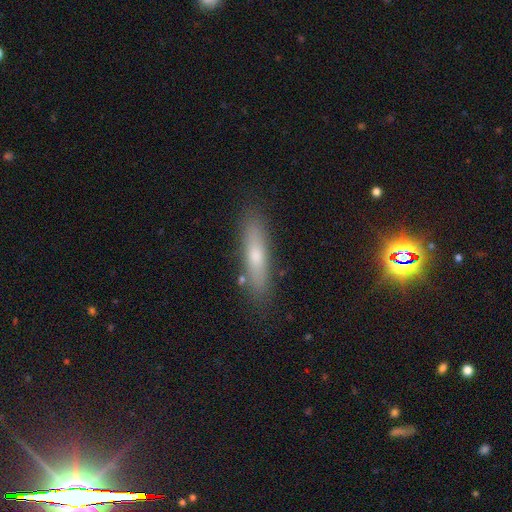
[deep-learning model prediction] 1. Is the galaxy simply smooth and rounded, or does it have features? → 58% smooth, 32% featured or disk, 10% star or artifact.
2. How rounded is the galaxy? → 79% cigar-shaped, 19% in between, 2% round.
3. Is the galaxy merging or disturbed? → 84% none, 11% minor disturbance, 3% merger, 3% major disturbance.